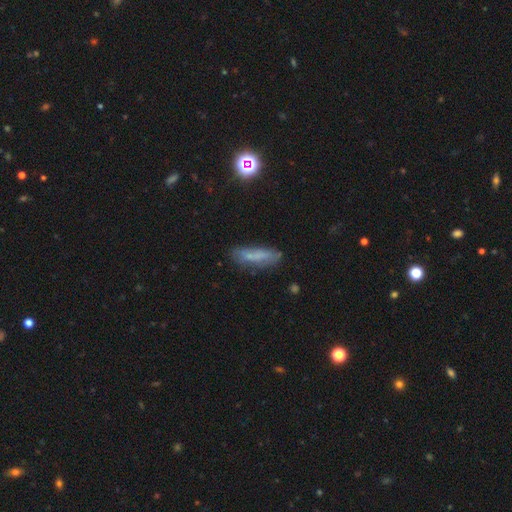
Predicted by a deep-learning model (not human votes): smooth 61%, featured or disk 26%, star or artifact 13%. Down the decision tree: how rounded — cigar-shaped (60%); merging — none (63%).